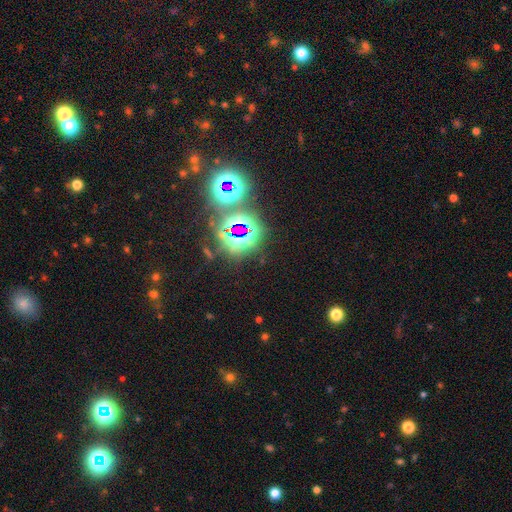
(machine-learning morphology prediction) A star or artifact, not a galaxy (78%).

Vote fractions:
- Smooth or featured? star or artifact: 78% / smooth: 13% / featured or disk: 10%